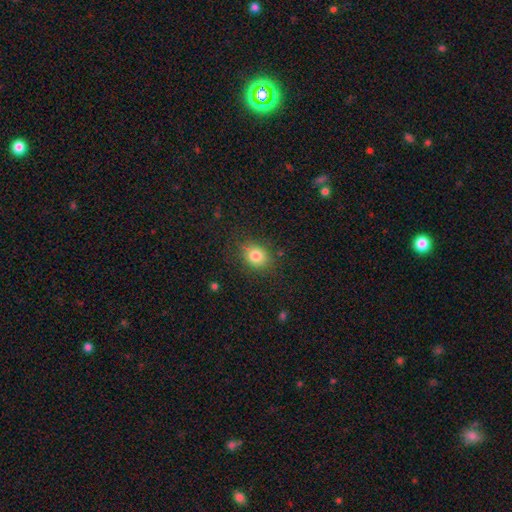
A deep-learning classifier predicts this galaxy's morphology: Smooth or featured: smooth — 81% (star or artifact — 11%)
How rounded: round — 56% (in between — 43%)
Merging: none — 81% (minor disturbance — 13%)